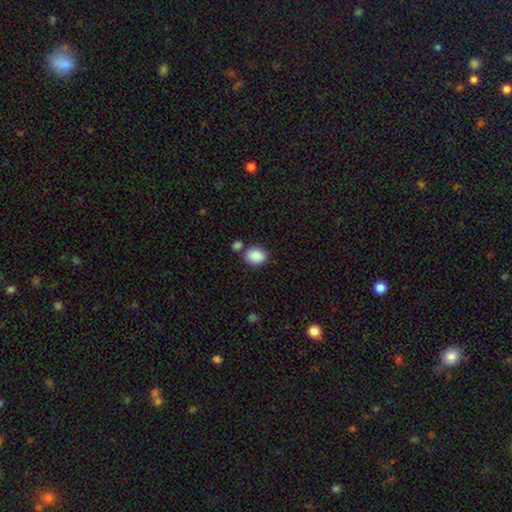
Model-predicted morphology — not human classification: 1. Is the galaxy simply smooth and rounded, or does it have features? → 89% smooth, 8% star or artifact, 4% featured or disk.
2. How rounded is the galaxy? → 59% in between, 40% round, 1% cigar-shaped.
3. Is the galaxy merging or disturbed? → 70% none, 14% merger, 12% minor disturbance, 4% major disturbance.